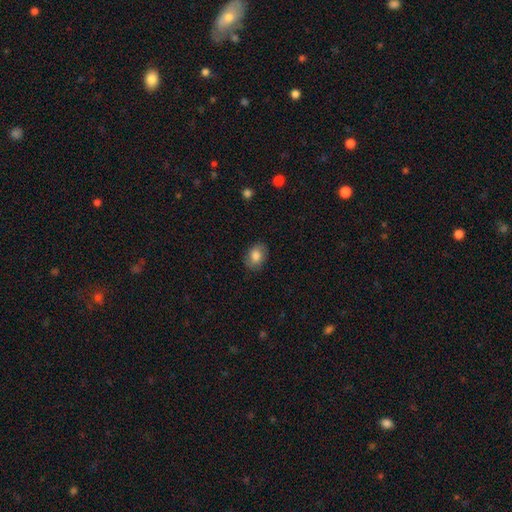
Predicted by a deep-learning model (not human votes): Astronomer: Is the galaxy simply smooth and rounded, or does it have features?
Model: smooth — 78%.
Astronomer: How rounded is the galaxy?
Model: in between — 70%.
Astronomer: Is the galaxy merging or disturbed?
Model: none — 80%.